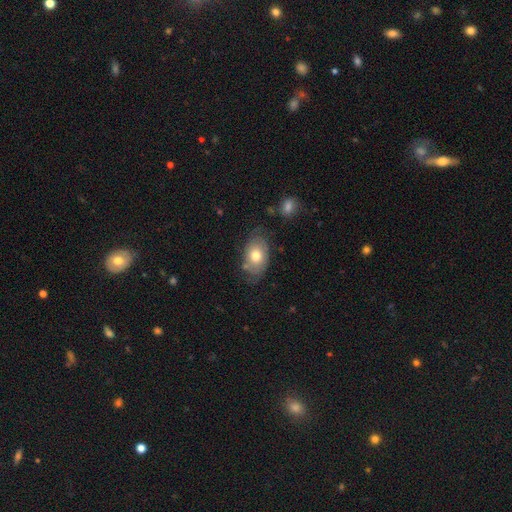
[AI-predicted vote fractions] This is likely a smooth galaxy (62%). How rounded: clearly in between (85%). Merging: likely none (63%).